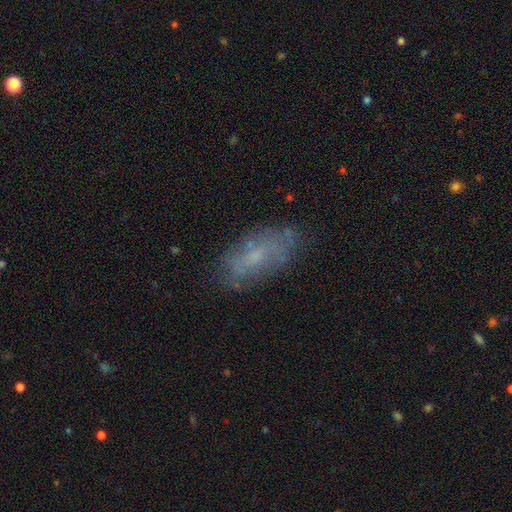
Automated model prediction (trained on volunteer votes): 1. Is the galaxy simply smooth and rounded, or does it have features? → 48% smooth, 42% featured or disk, 9% star or artifact.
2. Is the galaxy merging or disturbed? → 71% none, 20% minor disturbance, 7% major disturbance, 2% merger.